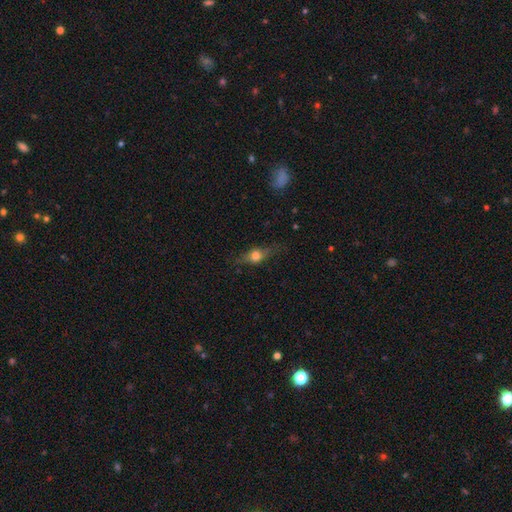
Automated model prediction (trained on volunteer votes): smooth 50%, featured or disk 40%, star or artifact 10%. Down the decision tree: how rounded — in between (51%); merging — none (74%).